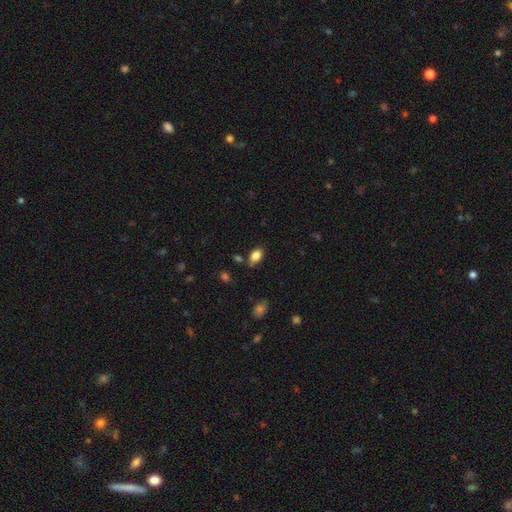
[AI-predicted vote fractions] Overall: smooth (85%). How rounded: in between (90%). Merging: none (75%).